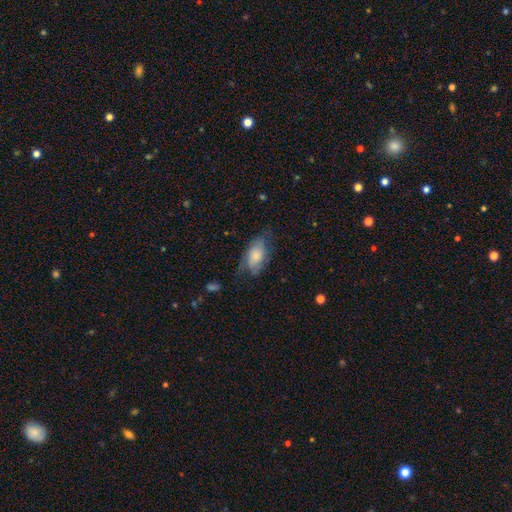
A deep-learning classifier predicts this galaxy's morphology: Overall: smooth (67%). How rounded: in between (91%). Merging: none (52%; minor disturbance 31%).